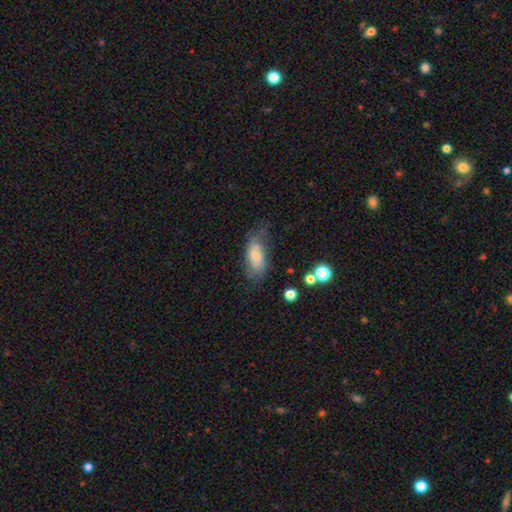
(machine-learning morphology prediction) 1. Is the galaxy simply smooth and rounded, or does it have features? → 58% smooth, 34% featured or disk, 8% star or artifact.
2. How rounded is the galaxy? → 85% in between, 11% cigar-shaped, 4% round.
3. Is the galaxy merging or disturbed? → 47% none, 30% minor disturbance, 21% major disturbance, 3% merger.